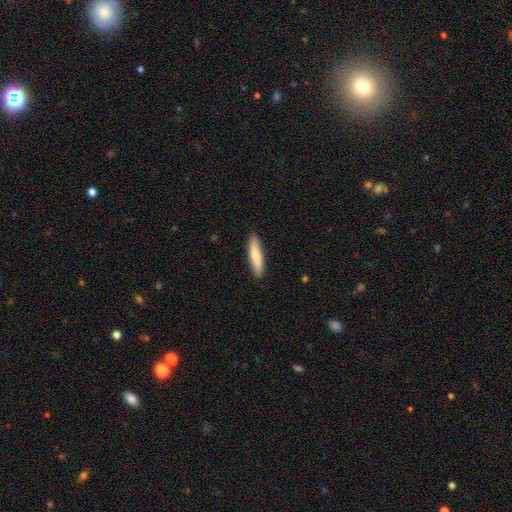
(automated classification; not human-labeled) This is likely a smooth galaxy (69%). How rounded: clearly cigar-shaped (83%). Merging: clearly none (90%).